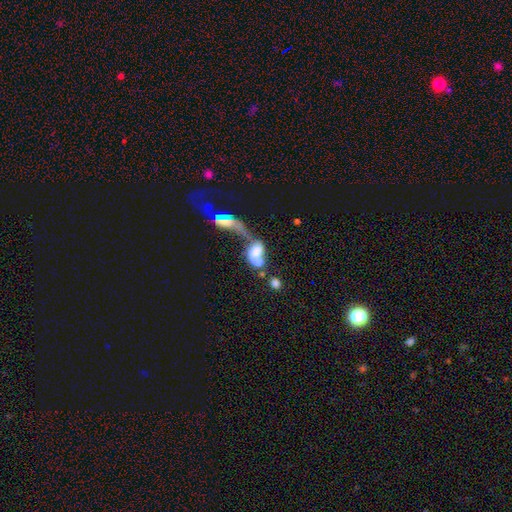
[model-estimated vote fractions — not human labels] The model was most divided on "smooth or featured" (2-way tie): featured or disk: 44%, smooth: 44%, star or artifact: 12%. More confident: merging — merger (73%).